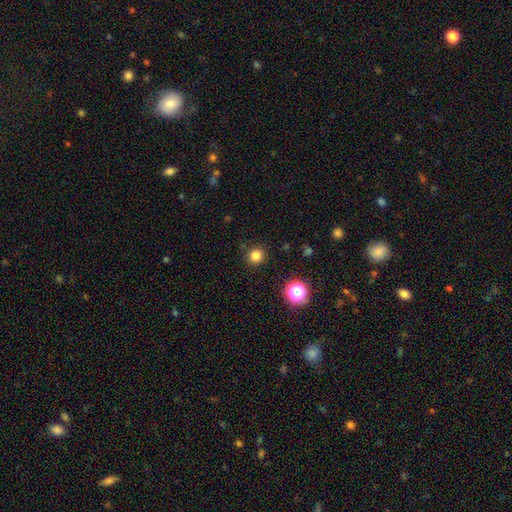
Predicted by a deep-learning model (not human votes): Smooth or featured: smooth — 81% (star or artifact — 15%)
How rounded: round — 94% (in between — 5%)
Merging: none — 91% (minor disturbance — 6%)